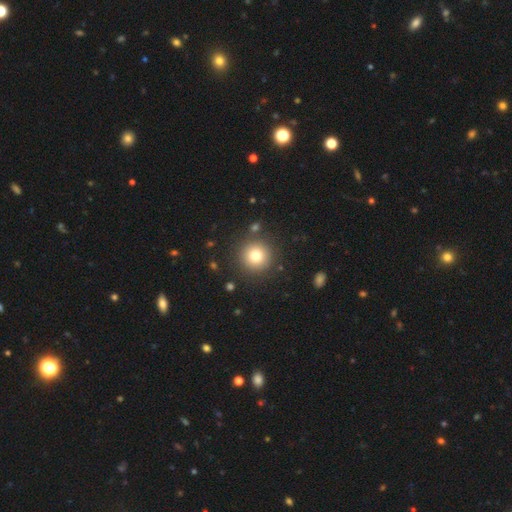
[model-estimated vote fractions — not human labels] Smooth or featured? smooth (77%)
How rounded? round (95%)
Merging? none (88%)